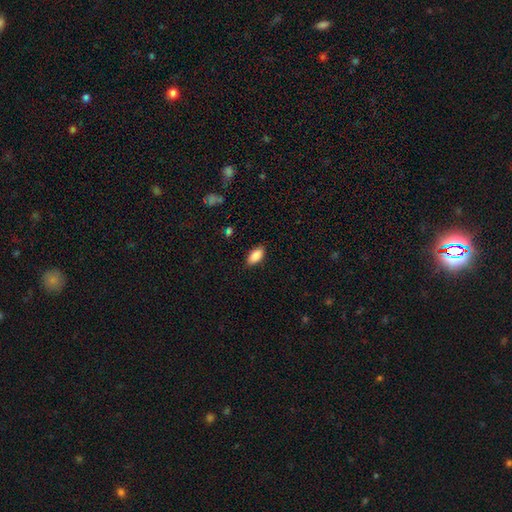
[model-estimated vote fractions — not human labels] A smooth galaxy with no disk features (88%) that is in between round and cigar-shaped (90%). Merging: none (86%).